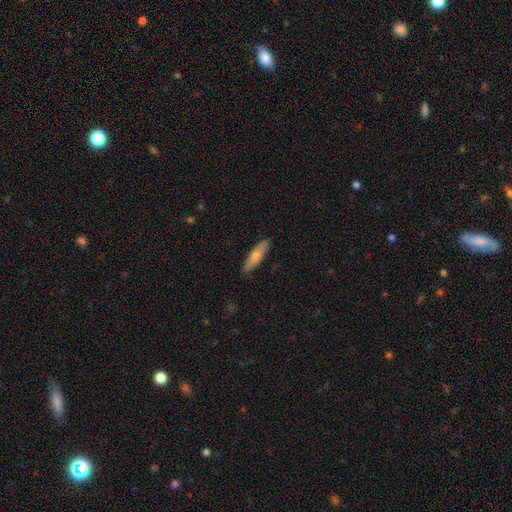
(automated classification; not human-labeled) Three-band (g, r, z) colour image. It shows a smooth galaxy with no disk features (70%) that is cigar-shaped (63%). Merging: none (88%).